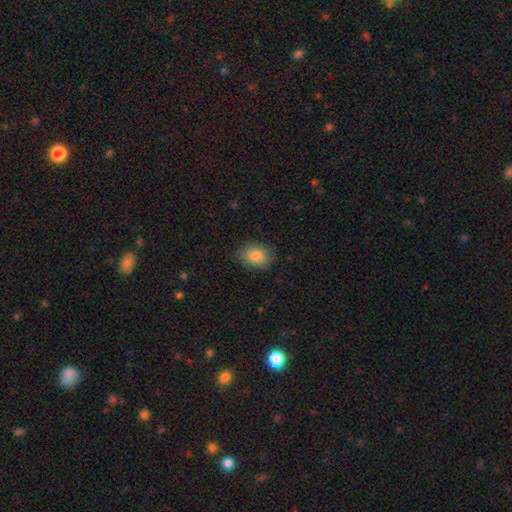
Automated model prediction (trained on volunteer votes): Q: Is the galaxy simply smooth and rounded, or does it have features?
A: smooth — 84%.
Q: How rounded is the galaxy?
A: in between — 65%.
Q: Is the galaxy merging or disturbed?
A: none — 77%.